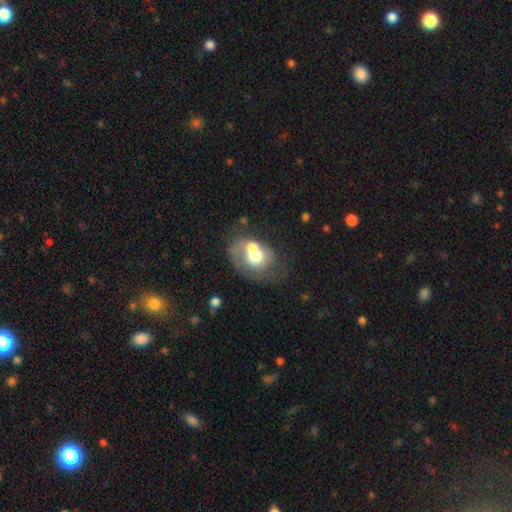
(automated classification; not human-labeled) Morphology: type=featured or disk (46%, tied with smooth); merging=merger (45%).